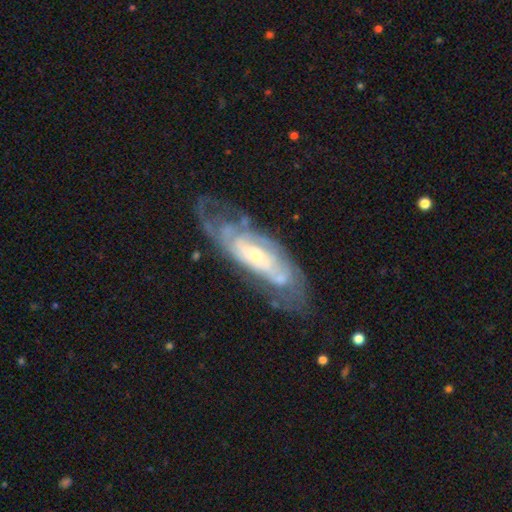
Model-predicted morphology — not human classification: Smooth or featured? featured or disk (80%)
Edge-on disk? no (85%)
Bar? no (66%)
Spiral arms? yes (83%)
Spiral winding? tight (64%)
Spiral arm count? can't tell (59%)
Bulge size? small (65%)
Merging? none (59%)